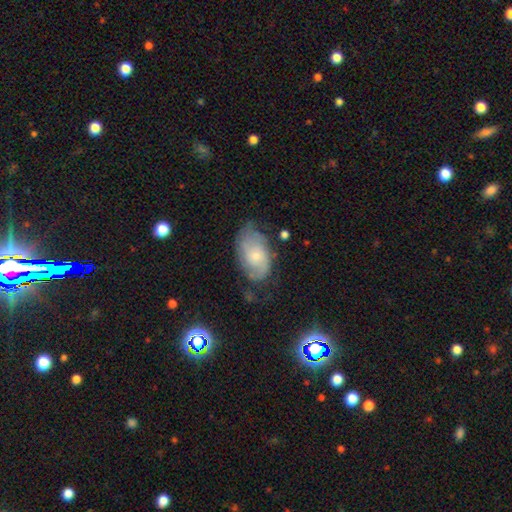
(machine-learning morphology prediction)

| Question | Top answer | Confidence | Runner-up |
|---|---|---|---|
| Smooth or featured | featured or disk | 56% | smooth (36%) |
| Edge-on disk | no | 96% | yes (4%) |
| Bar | no | 75% | weak (22%) |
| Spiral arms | yes | 82% | no (18%) |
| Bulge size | small | 64% | moderate (29%) |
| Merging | none | 57% | minor disturbance (28%) |